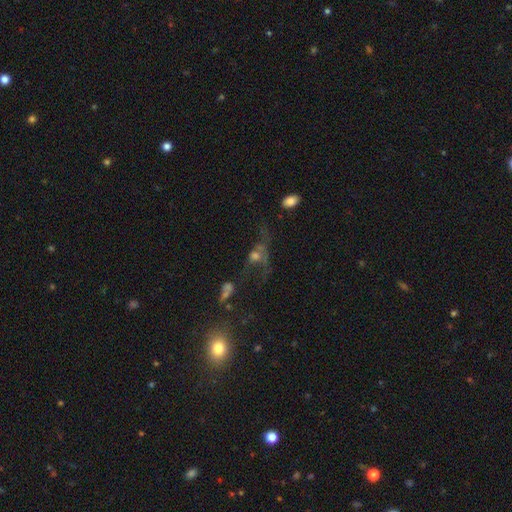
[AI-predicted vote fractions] smooth-or-featured: featured or disk: 38% | smooth: 35% | star or artifact: 27%
  merging: major disturbance: 38% | none: 31% | merger: 17% | minor disturbance: 14%